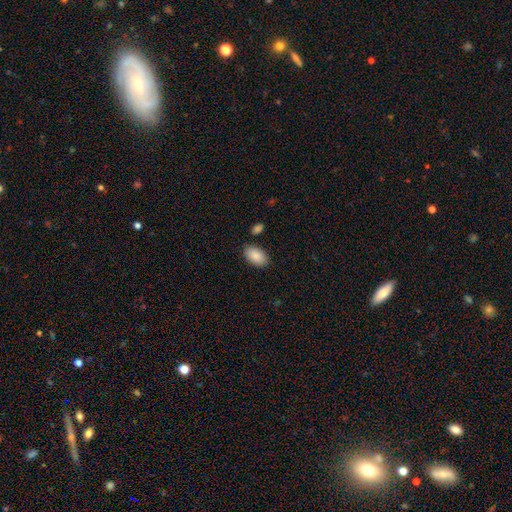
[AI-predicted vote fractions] Smooth or featured? Predicted: smooth (p=0.89). How rounded? Predicted: in between (p=0.94). Merging? Predicted: none (p=0.84).